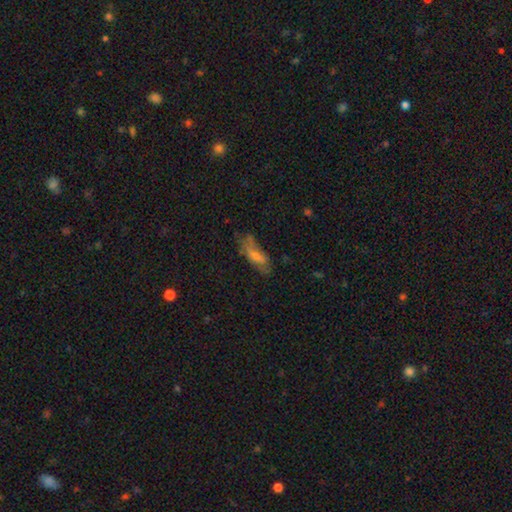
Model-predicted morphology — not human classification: The model was most divided on "smooth or featured": smooth: 54%, featured or disk: 35%, star or artifact: 11%. More confident: how rounded — in between (62%); merging — none (54%).